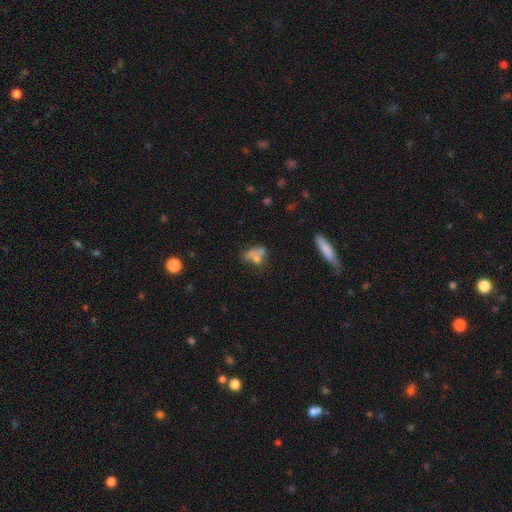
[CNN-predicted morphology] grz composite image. It shows a smooth galaxy with no disk features (60%) that is in between round and cigar-shaped (66%). Merging: merger (40%).